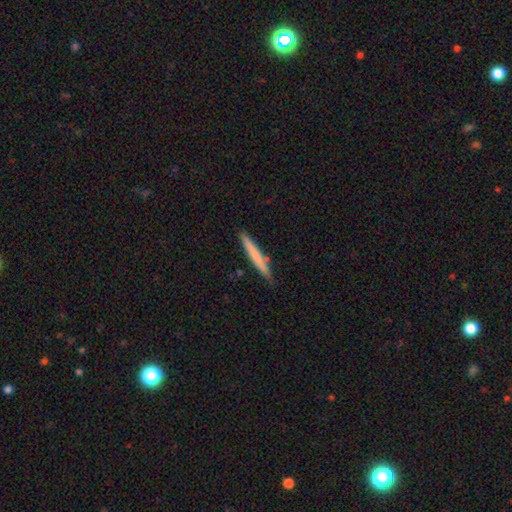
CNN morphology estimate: Smooth or featured?
  - smooth: 66% *
  - featured or disk: 29%
  - star or artifact: 5%
How rounded?
  - cigar-shaped: 96% *
  - in between: 3%
  - round: 1%
Merging?
  - none: 88% *
  - minor disturbance: 9%
  - merger: 2%
  - major disturbance: 2%